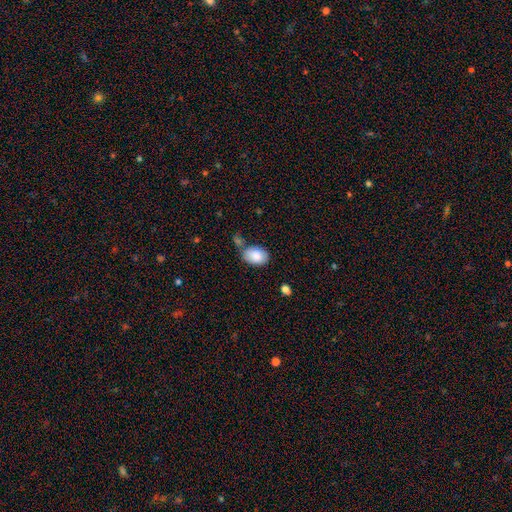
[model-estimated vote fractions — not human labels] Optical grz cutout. It shows a smooth galaxy with no disk features (87%) that is in between round and cigar-shaped (85%). Merging: none (60%).